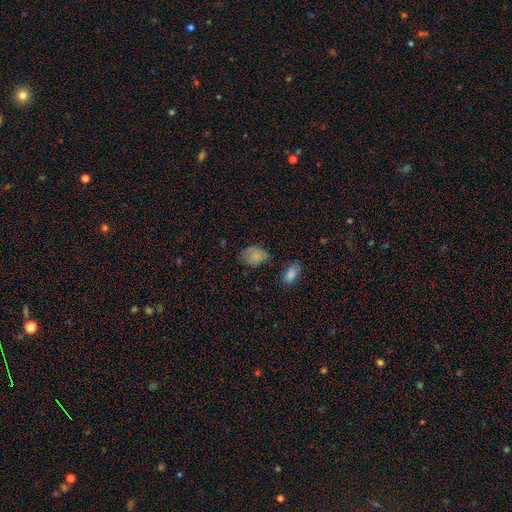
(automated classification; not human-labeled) A smooth galaxy with no disk features (78%) that is in between round and cigar-shaped (70%).

Vote fractions:
- Smooth or featured? smooth: 78% / featured or disk: 12% / star or artifact: 11%
- How rounded? in between: 70% / round: 29% / cigar-shaped: 1%
- Merging? none: 61% / minor disturbance: 26% / major disturbance: 8% / merger: 5%